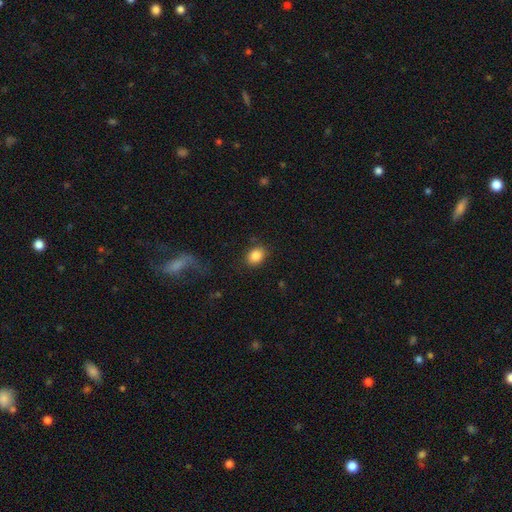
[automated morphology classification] type=smooth (85%); roundness=in between (60%); merging=none (83%).